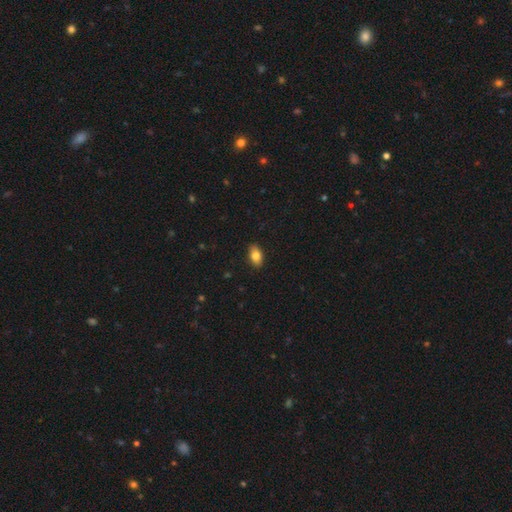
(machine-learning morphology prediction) The model was most divided on "smooth or featured": smooth: 83%, featured or disk: 10%, star or artifact: 8%. More confident: how rounded — in between (90%); merging — none (88%).